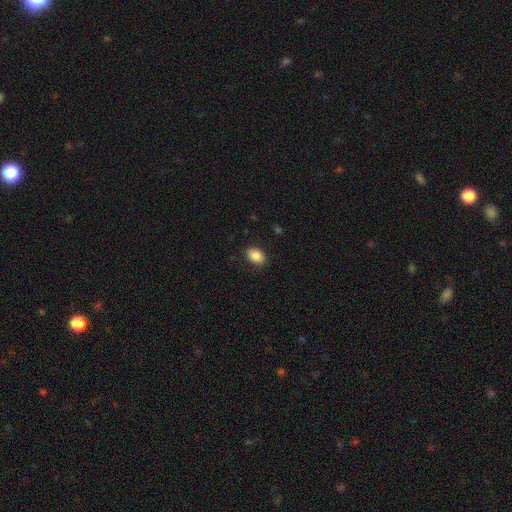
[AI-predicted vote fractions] Morphology: type=smooth (87%); roundness=in between (80%); merging=none (87%).